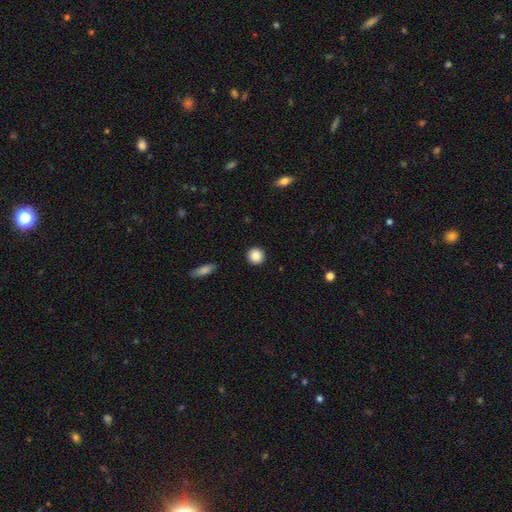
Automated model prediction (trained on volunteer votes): Morphology: type=smooth (88%); roundness=round (93%); merging=none (92%).